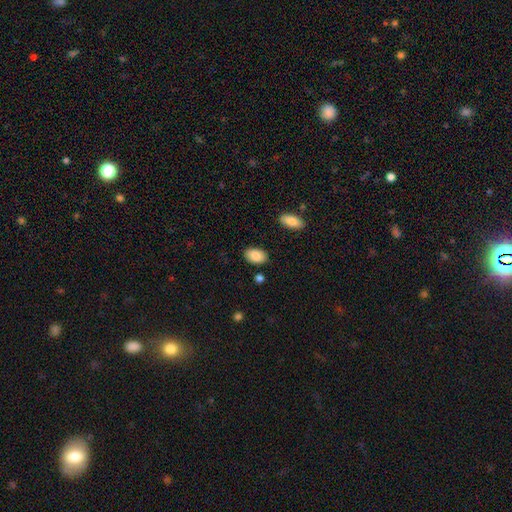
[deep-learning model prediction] The model was most divided on "merging": none: 86%, minor disturbance: 9%, merger: 2%, major disturbance: 2%. More confident: how rounded — in between (91%); smooth or featured — smooth (86%).